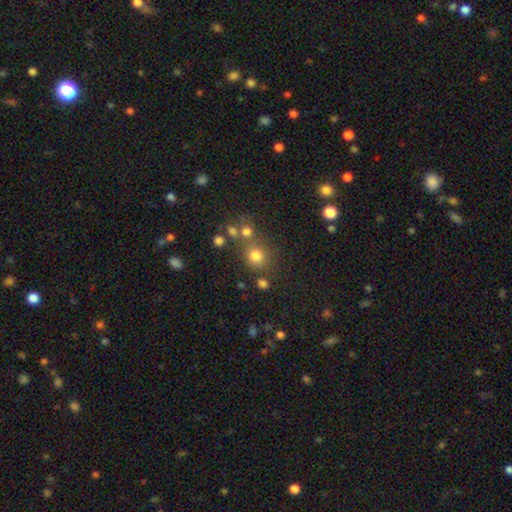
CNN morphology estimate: Smooth or featured? Predicted: smooth (p=0.75). How rounded? Predicted: round (p=0.83). Merging? Predicted: none (p=0.61).